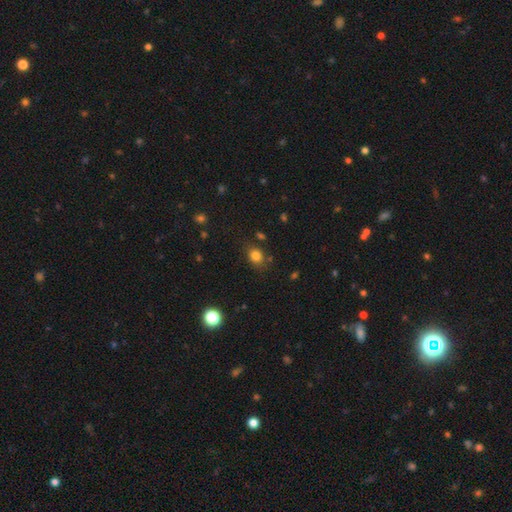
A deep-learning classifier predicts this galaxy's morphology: smooth_or_featured: smooth (p=0.81) [alt: star or artifact p=0.13]
how_rounded: round (p=0.51) [alt: in between p=0.48]
merging: none (p=0.76) [alt: minor disturbance p=0.16]